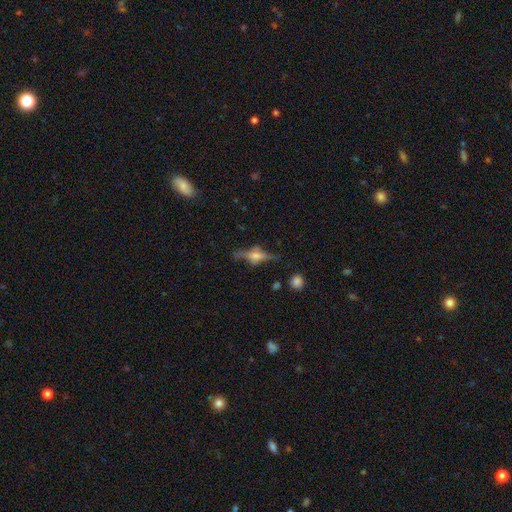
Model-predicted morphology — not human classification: A featured or disk galaxy (63%) viewed edge-on (92%) with a rounded central bulge (83%).

Vote fractions:
- Smooth or featured? featured or disk: 63% / smooth: 26% / star or artifact: 11%
- Edge-on disk? yes: 92% / no: 8%
- Edge-on bulge? rounded: 83% / boxy: 13% / none: 4%
- Merging? none: 72% / minor disturbance: 17% / major disturbance: 7% / merger: 3%